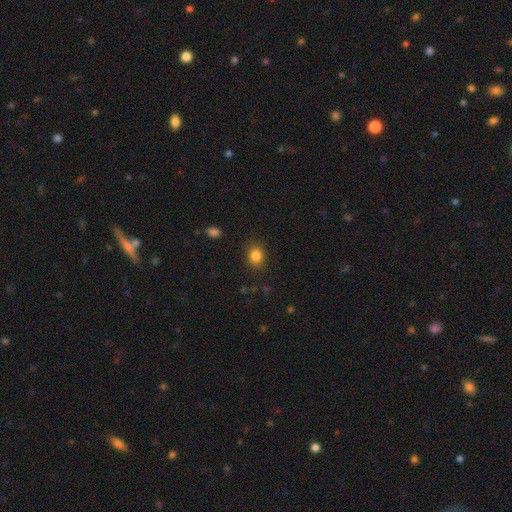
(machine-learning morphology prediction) smooth-or-featured: smooth: 84% | star or artifact: 11% | featured or disk: 5%
  how-rounded: round: 55% | in between: 44% | cigar-shaped: 1%
  merging: none: 86% | minor disturbance: 10% | major disturbance: 3% | merger: 1%